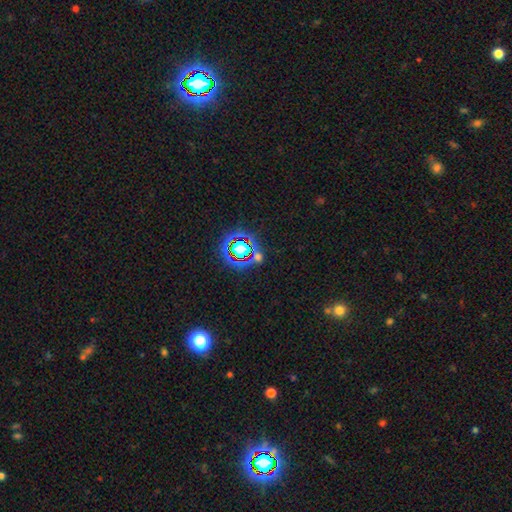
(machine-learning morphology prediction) type=star or artifact (74%).